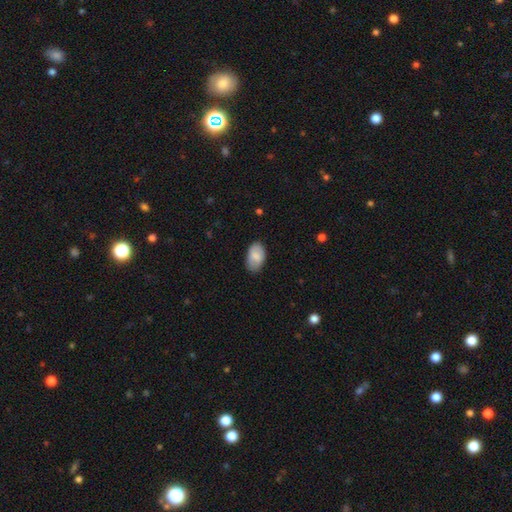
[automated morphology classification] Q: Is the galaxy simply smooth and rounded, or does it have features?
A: smooth — 81%.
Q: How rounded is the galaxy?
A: in between — 93%.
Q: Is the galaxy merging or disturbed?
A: none — 78%.